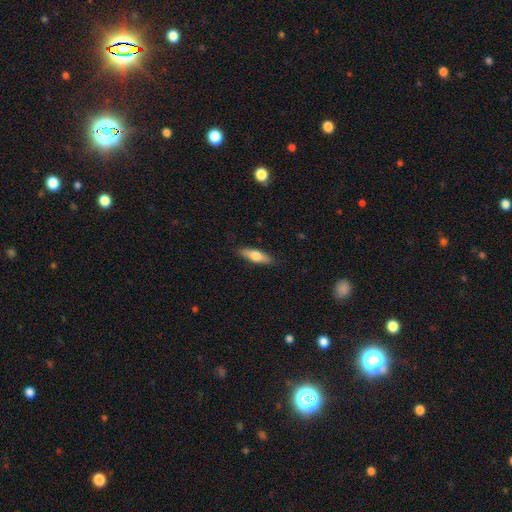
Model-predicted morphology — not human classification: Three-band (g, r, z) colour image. It shows a smooth galaxy with no disk features (66%) that is in between round and cigar-shaped (50%). Merging: none (87%).